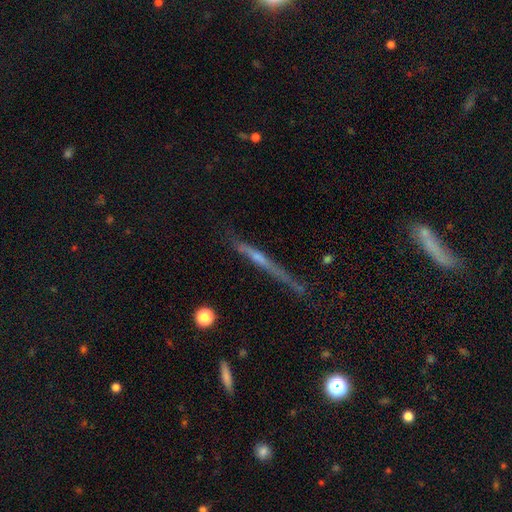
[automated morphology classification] Smooth or featured?
  - featured or disk: 59% *
  - smooth: 33%
  - star or artifact: 9%
Edge-on disk?
  - yes: 93% *
  - no: 7%
Edge-on bulge?
  - none: 65% *
  - rounded: 29%
  - boxy: 7%
Merging?
  - none: 64% *
  - minor disturbance: 24%
  - major disturbance: 8%
  - merger: 4%